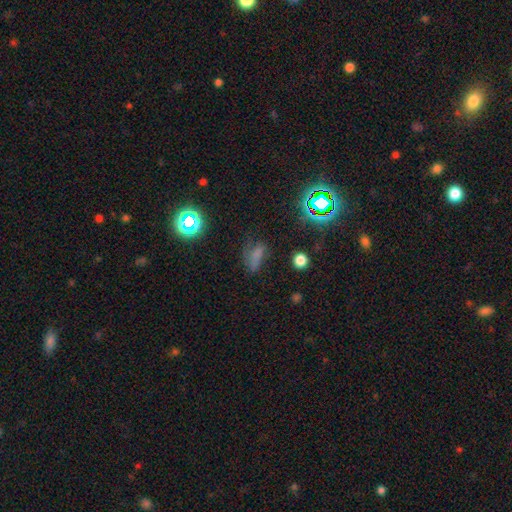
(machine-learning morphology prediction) This appears to be a smooth galaxy with no disk features (57%) that is in between round and cigar-shaped (68%). Merging: none (46%).